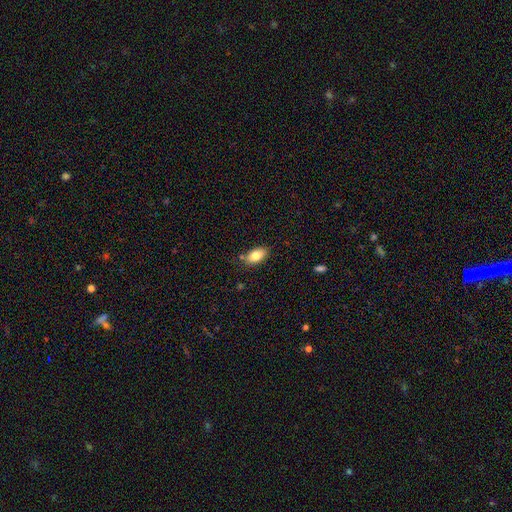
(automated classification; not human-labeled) Smooth or featured?
  - smooth: 80% *
  - featured or disk: 13%
  - star or artifact: 8%
How rounded?
  - in between: 90% *
  - round: 7%
  - cigar-shaped: 3%
Merging?
  - none: 77% *
  - minor disturbance: 16%
  - merger: 5%
  - major disturbance: 3%